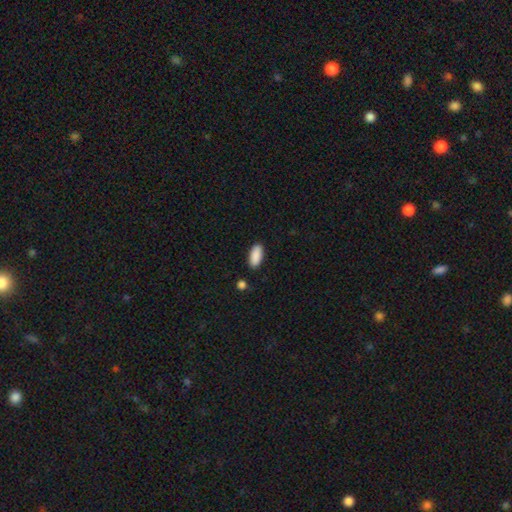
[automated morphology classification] Smooth or featured: smooth — 90% (star or artifact — 6%)
How rounded: in between — 86% (cigar-shaped — 12%)
Merging: none — 86% (minor disturbance — 9%)